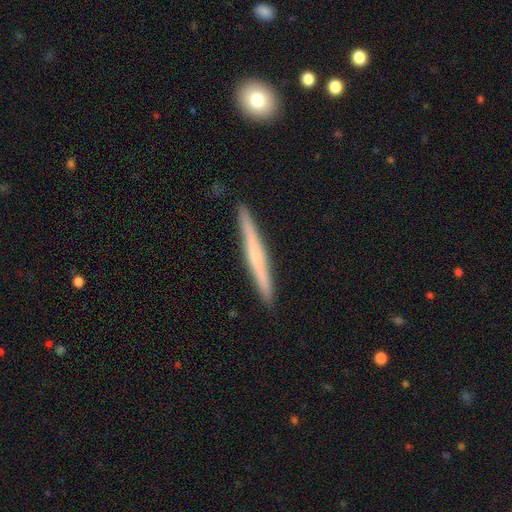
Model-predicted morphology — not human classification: A featured or disk galaxy (52%) viewed edge-on (97%) with no central bulge (57%). Merging: none (92%).